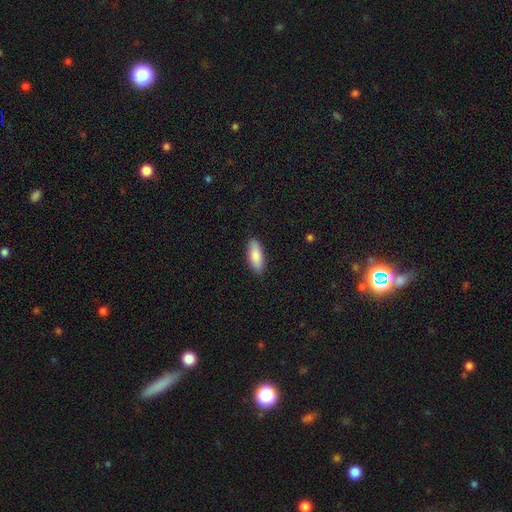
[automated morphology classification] Smooth or featured? smooth (85%)
How rounded? in between (72%)
Merging? none (89%)